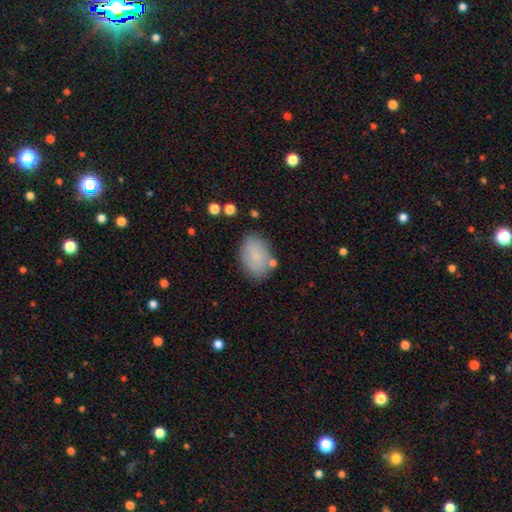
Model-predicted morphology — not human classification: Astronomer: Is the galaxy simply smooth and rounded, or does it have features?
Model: smooth — 75%.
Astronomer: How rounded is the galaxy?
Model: in between — 85%.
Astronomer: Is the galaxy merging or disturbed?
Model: none — 75%.